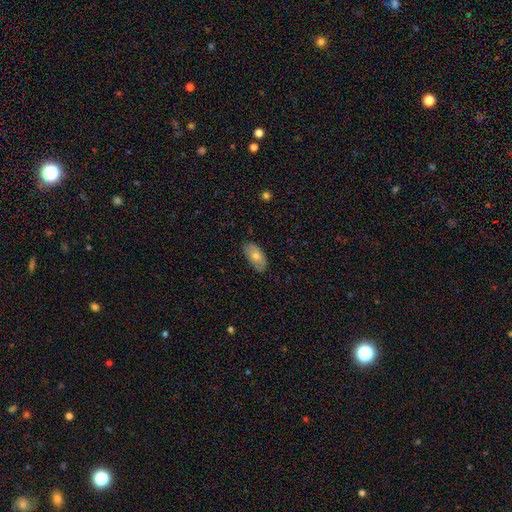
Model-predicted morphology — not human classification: Smooth or featured?
  - smooth: 69% *
  - featured or disk: 24%
  - star or artifact: 7%
How rounded?
  - in between: 91% *
  - cigar-shaped: 6%
  - round: 3%
Merging?
  - none: 78% *
  - minor disturbance: 18%
  - major disturbance: 3%
  - merger: 1%